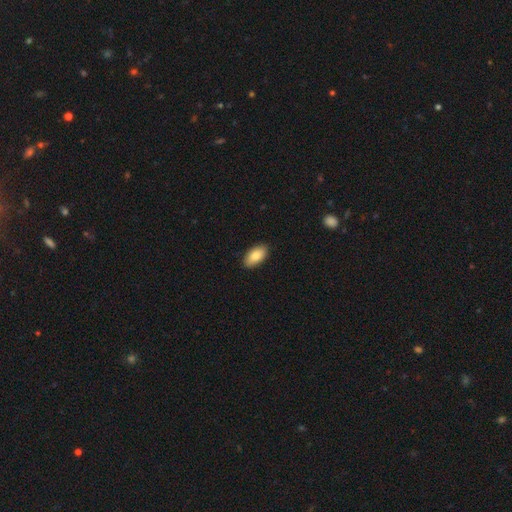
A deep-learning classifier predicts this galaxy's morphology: Smooth or featured: smooth — 86% (featured or disk — 7%)
How rounded: in between — 94% (cigar-shaped — 3%)
Merging: none — 88% (minor disturbance — 9%)